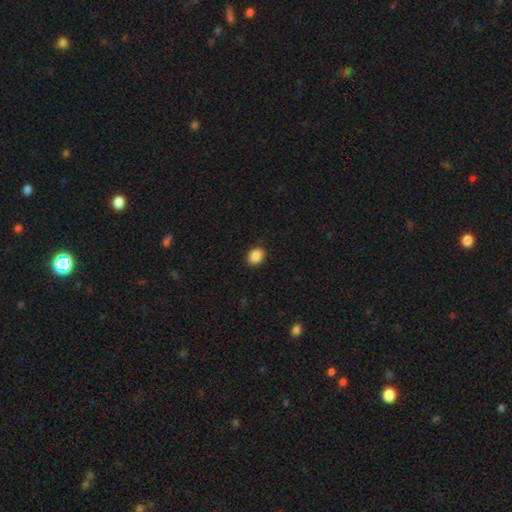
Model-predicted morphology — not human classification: This appears to be a smooth galaxy with no disk features (88%) that is in between round and cigar-shaped (56%). Merging: none (89%).